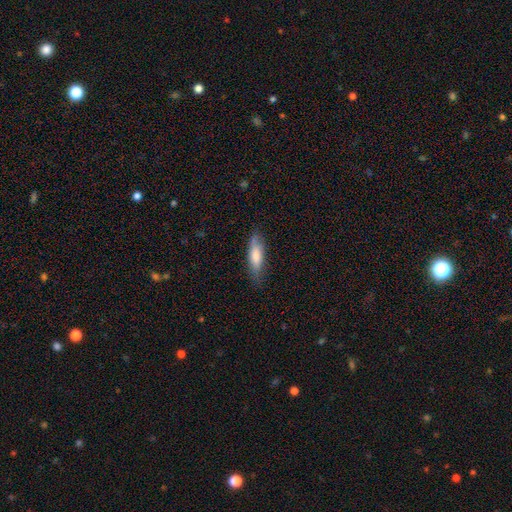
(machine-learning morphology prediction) smooth-or-featured: smooth: 70% | featured or disk: 23% | star or artifact: 7%
  how-rounded: cigar-shaped: 62% | in between: 36% | round: 2%
  merging: none: 80% | minor disturbance: 16% | major disturbance: 3% | merger: 1%